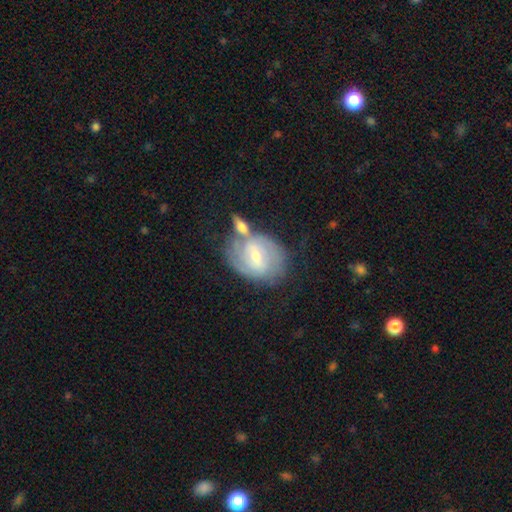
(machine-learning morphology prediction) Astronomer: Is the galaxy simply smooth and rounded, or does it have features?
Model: featured or disk — 69%.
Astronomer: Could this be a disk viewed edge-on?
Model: no — 95%.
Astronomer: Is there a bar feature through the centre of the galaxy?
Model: weak — 55%.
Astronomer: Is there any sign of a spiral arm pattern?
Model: yes — 81%.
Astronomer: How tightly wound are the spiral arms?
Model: tight — 46% (runner-up: medium, 38%).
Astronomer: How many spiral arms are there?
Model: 2 — 58%.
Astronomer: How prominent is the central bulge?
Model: small — 51% (runner-up: moderate, 45%).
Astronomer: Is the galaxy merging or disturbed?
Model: none — 45% (runner-up: merger, 30%).